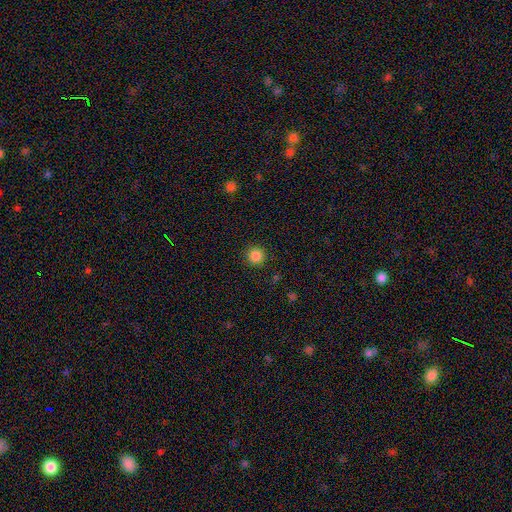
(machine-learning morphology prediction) smooth 85%, star or artifact 11%, featured or disk 3%. Down the decision tree: how rounded — round (95%); merging — none (91%).